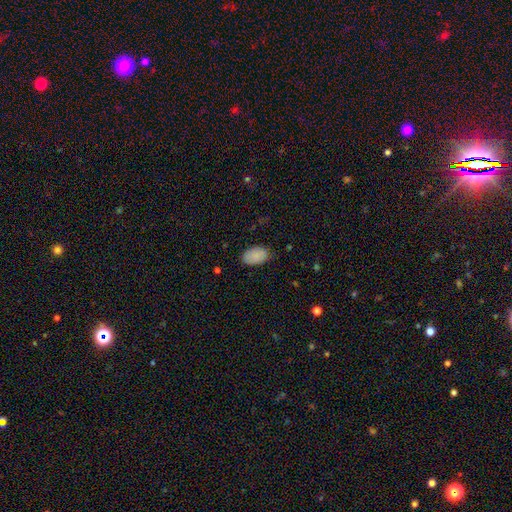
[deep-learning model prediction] A smooth galaxy with no disk features (87%) that is in between round and cigar-shaped (92%).

Vote fractions:
- Smooth or featured? smooth: 87% / star or artifact: 7% / featured or disk: 6%
- How rounded? in between: 92% / round: 7% / cigar-shaped: 1%
- Merging? none: 80% / minor disturbance: 17% / major disturbance: 3% / merger: 1%